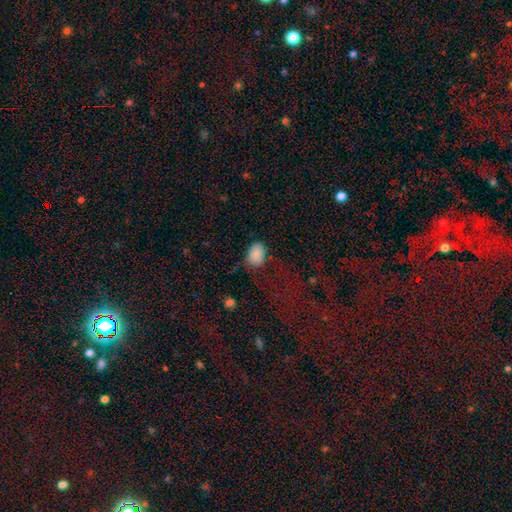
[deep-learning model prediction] Smooth or featured?
  - smooth: 86% *
  - star or artifact: 9%
  - featured or disk: 5%
How rounded?
  - in between: 81% *
  - round: 17%
  - cigar-shaped: 1%
Merging?
  - none: 67% *
  - minor disturbance: 23%
  - major disturbance: 7%
  - merger: 3%